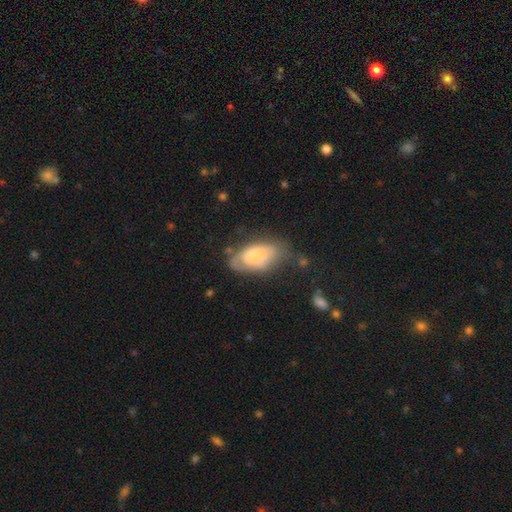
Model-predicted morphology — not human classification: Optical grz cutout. It shows a smooth galaxy with no disk features (68%) that is in between round and cigar-shaped (93%). Merging: none (43%).